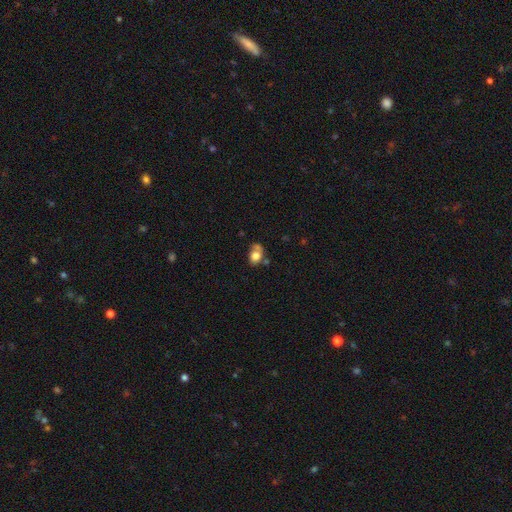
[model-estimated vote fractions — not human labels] This appears to be a smooth galaxy with no disk features (73%) that is in between round and cigar-shaped (58%). Merging: none (40%).